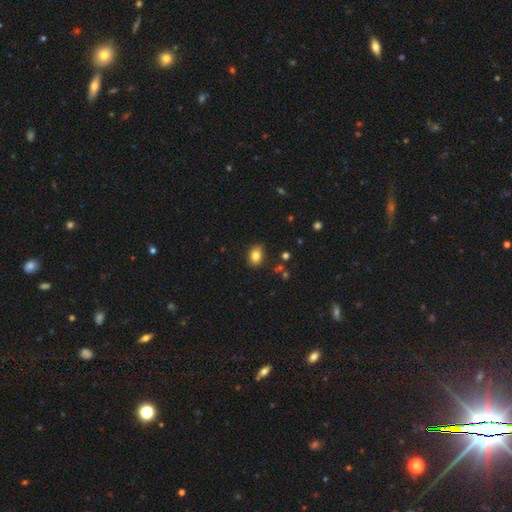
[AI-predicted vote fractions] Smooth or featured? smooth (82%)
How rounded? in between (67%)
Merging? none (84%)